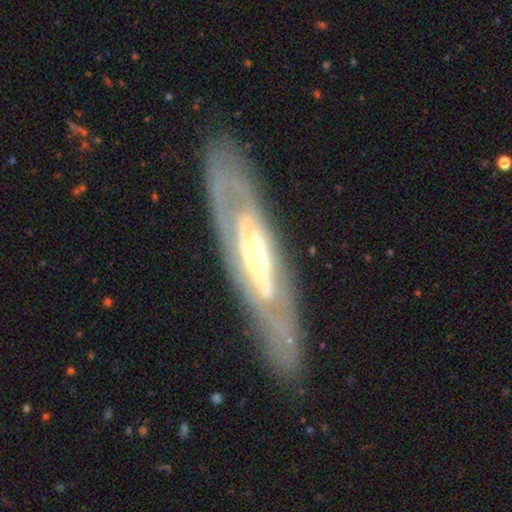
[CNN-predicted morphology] Overall: featured or disk (81%). Edge-on disk: no (59%; yes 41%). Merging: none (77%).